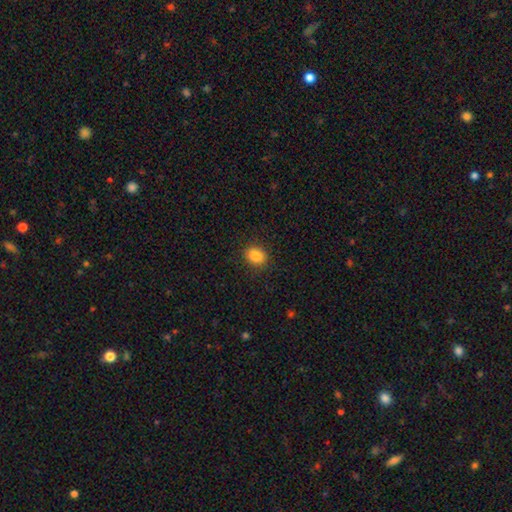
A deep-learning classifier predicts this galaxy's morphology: A smooth galaxy with no disk features (86%) that is in between round and cigar-shaped (52%). Merging: none (89%).